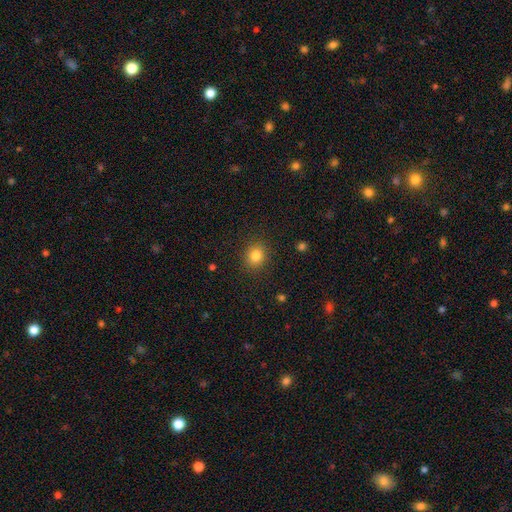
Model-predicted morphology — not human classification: Smooth or featured? Predicted: smooth (p=0.83). How rounded? Predicted: round (p=0.72). Merging? Predicted: none (p=0.88).